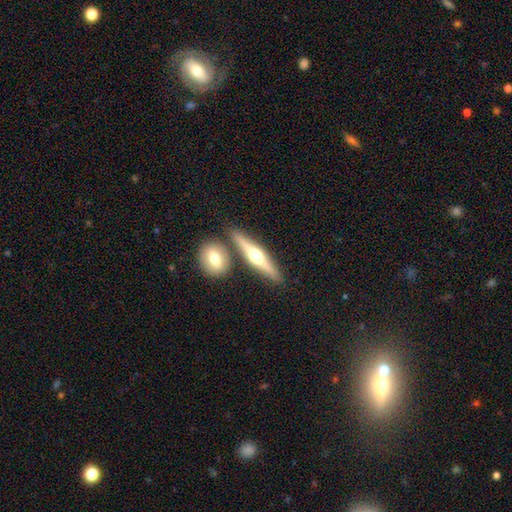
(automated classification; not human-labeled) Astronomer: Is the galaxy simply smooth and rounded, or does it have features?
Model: featured or disk — 68%.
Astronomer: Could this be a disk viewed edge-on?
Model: yes — 96%.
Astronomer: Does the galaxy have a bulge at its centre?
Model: rounded — 95%.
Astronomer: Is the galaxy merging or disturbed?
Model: none — 79%.